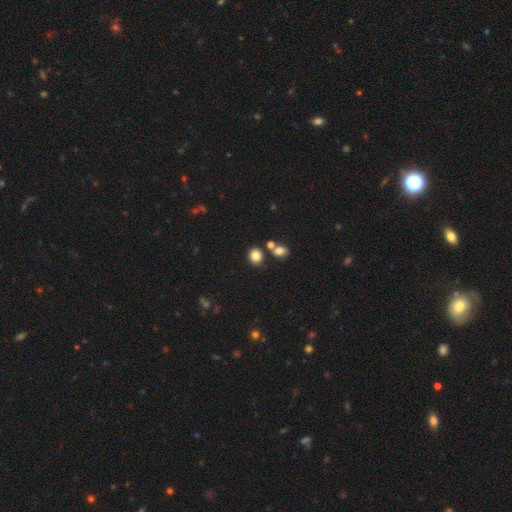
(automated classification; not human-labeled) Smooth or featured? Predicted: smooth (p=0.82). How rounded? Predicted: round (p=0.65). Merging? Predicted: none (p=0.71).